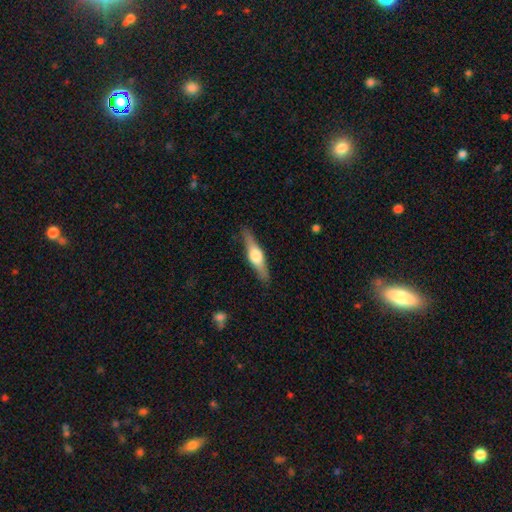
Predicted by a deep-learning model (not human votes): featured or disk 60%, smooth 35%, star or artifact 5%. Down the decision tree: edge-on disk — yes (96%); edge-on bulge — rounded (92%); merging — none (88%).